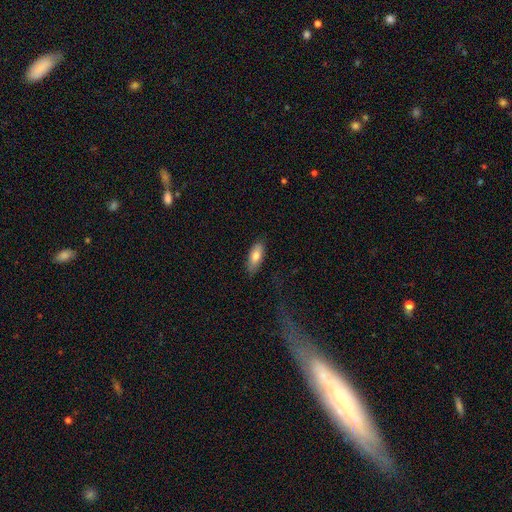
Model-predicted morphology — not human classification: A smooth galaxy with no disk features (79%) that is in between round and cigar-shaped (78%).

Vote fractions:
- Smooth or featured? smooth: 79% / featured or disk: 15% / star or artifact: 6%
- How rounded? in between: 78% / cigar-shaped: 20% / round: 2%
- Merging? none: 81% / minor disturbance: 15% / major disturbance: 3% / merger: 1%